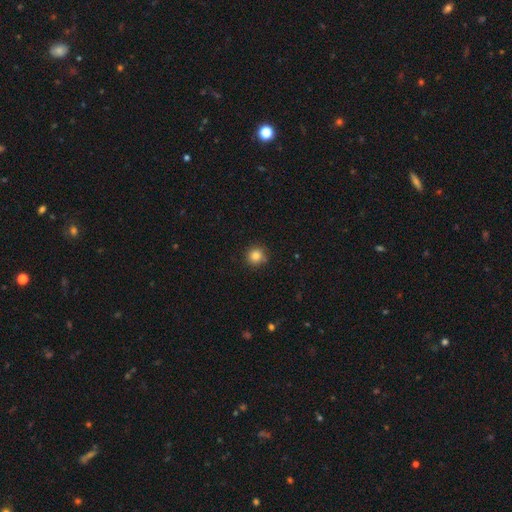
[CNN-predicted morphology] This is clearly a smooth galaxy (83%). How rounded: clearly round (93%). Merging: clearly none (85%).